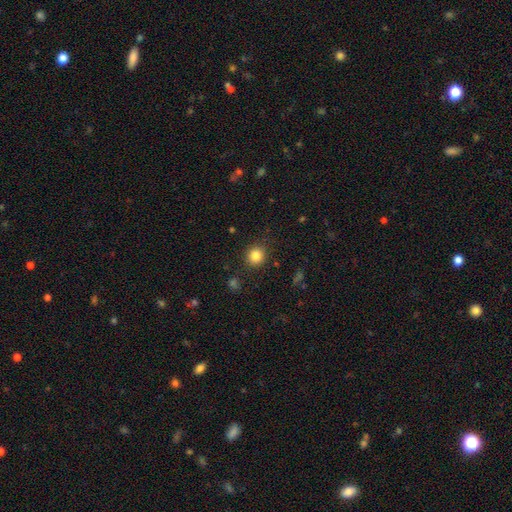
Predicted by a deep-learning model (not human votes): Smooth or featured?
  - smooth: 84% *
  - star or artifact: 11%
  - featured or disk: 5%
How rounded?
  - round: 84% *
  - in between: 15%
  - cigar-shaped: 1%
Merging?
  - none: 88% *
  - minor disturbance: 8%
  - major disturbance: 3%
  - merger: 1%